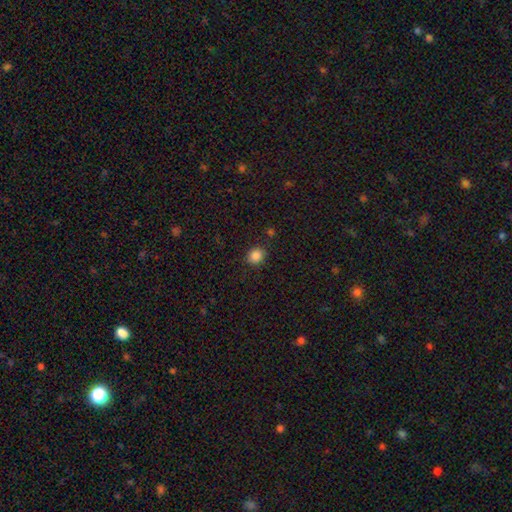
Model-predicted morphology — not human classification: Smooth or featured? smooth (85%)
How rounded? round (77%)
Merging? none (85%)